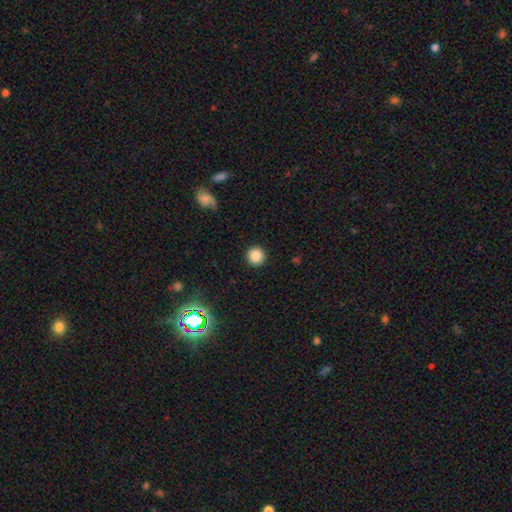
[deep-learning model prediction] smooth_or_featured: smooth (p=0.86) [alt: star or artifact p=0.10]
how_rounded: round (p=0.95) [alt: in between p=0.04]
merging: none (p=0.92) [alt: minor disturbance p=0.05]